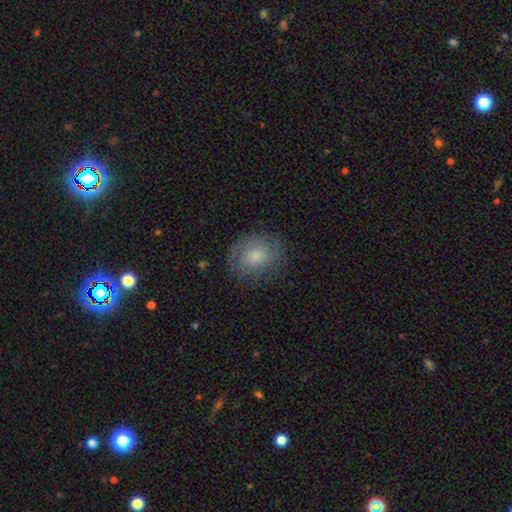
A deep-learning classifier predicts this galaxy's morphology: A smooth galaxy with no disk features (69%) that is round (54%).

Vote fractions:
- Smooth or featured? smooth: 69% / featured or disk: 23% / star or artifact: 8%
- How rounded? round: 54% / in between: 45% / cigar-shaped: 1%
- Merging? none: 76% / minor disturbance: 17% / major disturbance: 6% / merger: 1%